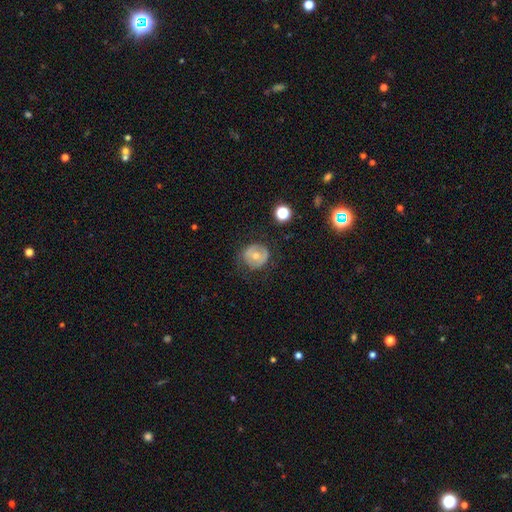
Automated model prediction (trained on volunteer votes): This appears to be a smooth galaxy with no disk features (54%) that is round (85%). Merging: none (68%).